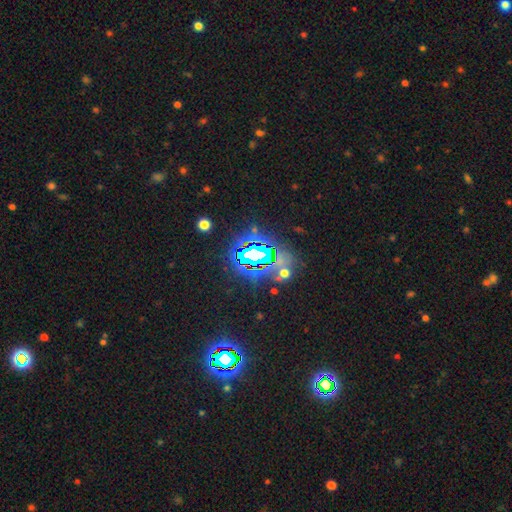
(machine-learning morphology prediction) star or artifact 79%, smooth 12%, featured or disk 9%.